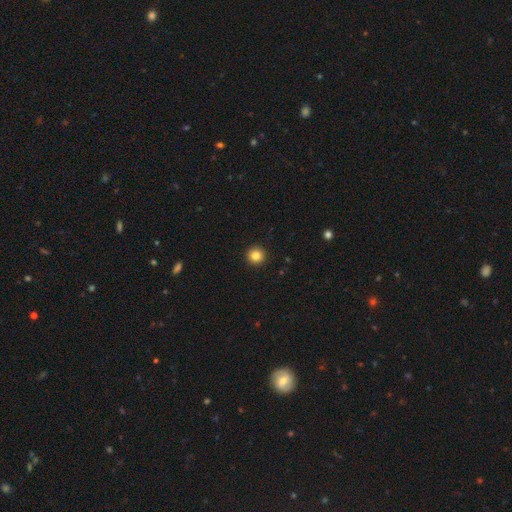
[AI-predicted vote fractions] This appears to be a smooth galaxy with no disk features (85%) that is round (95%). Merging: none (93%).